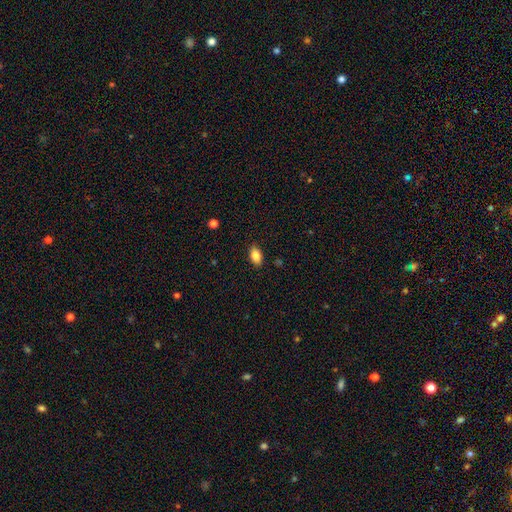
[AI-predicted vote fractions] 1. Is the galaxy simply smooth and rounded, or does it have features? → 83% smooth, 9% featured or disk, 8% star or artifact.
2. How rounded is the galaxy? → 90% in between, 7% round, 3% cigar-shaped.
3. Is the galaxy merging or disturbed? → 87% none, 9% minor disturbance, 2% major disturbance, 1% merger.